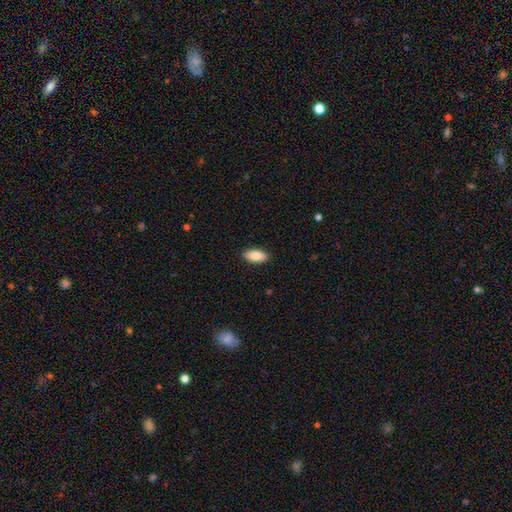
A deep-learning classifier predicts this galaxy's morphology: A smooth galaxy with no disk features (85%) that is in between round and cigar-shaped (92%). Merging: none (89%).